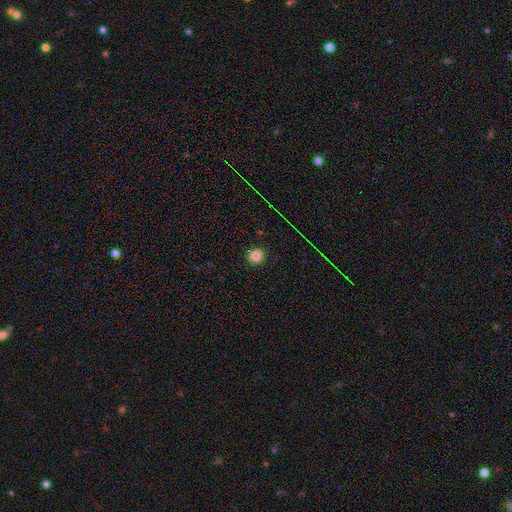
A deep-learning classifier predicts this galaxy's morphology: Overall: smooth (80%). How rounded: round (82%). Merging: none (91%).